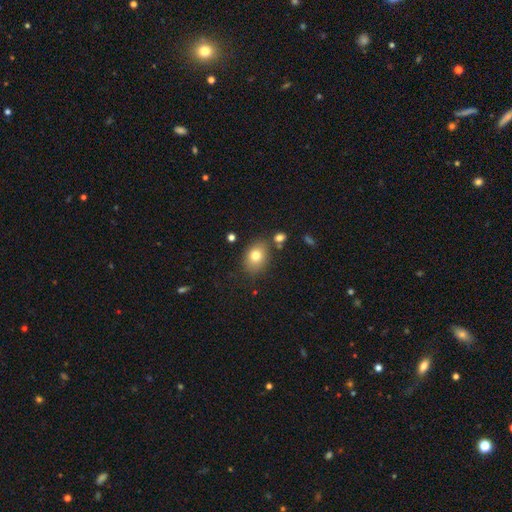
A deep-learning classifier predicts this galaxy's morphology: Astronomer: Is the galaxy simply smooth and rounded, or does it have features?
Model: smooth — 77%.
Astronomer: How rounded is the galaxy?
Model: in between — 68%.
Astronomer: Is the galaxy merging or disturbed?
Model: none — 77%.